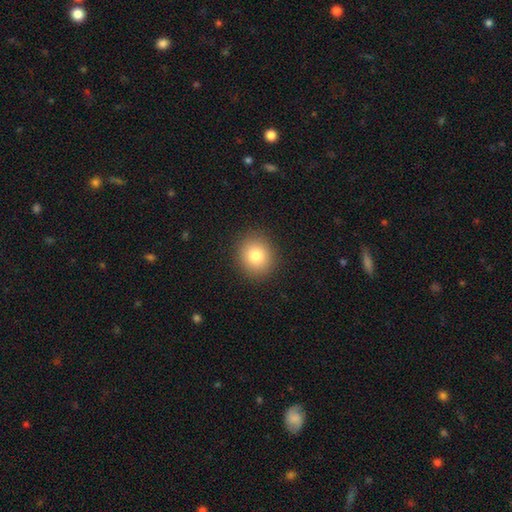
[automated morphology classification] The model was most divided on "how rounded": round: 82%, in between: 18%, cigar-shaped: 1%. More confident: merging — none (90%); smooth or featured — smooth (81%).